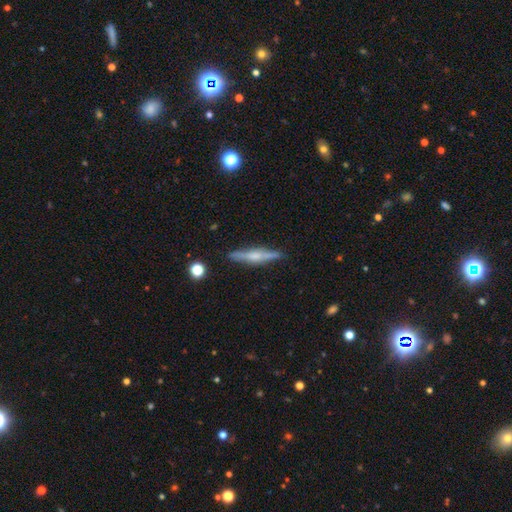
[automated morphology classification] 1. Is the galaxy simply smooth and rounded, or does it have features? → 67% featured or disk, 27% smooth, 6% star or artifact.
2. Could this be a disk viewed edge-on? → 97% yes, 3% no.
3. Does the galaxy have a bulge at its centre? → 79% rounded, 13% boxy, 9% none.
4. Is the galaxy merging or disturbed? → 89% none, 8% minor disturbance, 2% major disturbance, 2% merger.